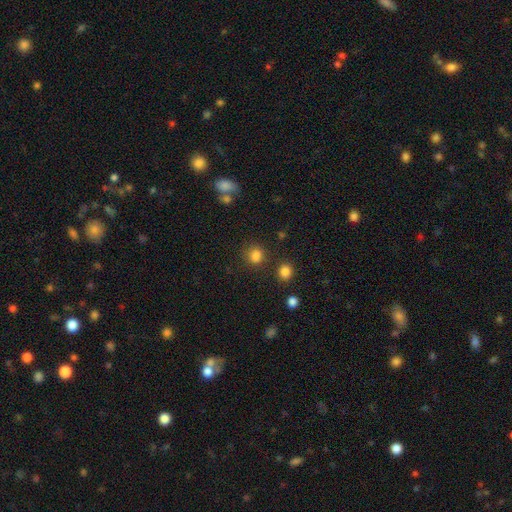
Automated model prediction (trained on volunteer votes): Overall: smooth (81%). How rounded: round (75%). Merging: none (74%).